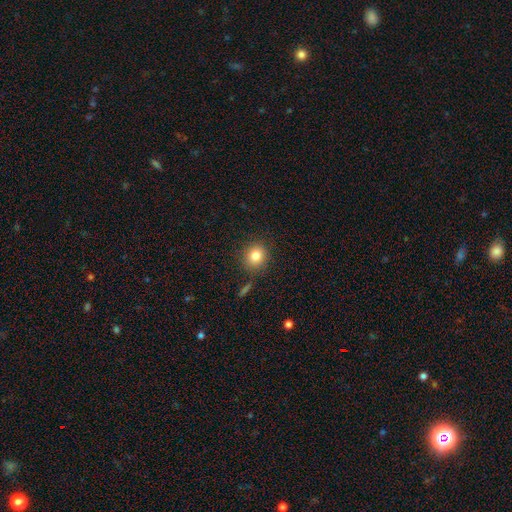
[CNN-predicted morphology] smooth 82%, star or artifact 11%, featured or disk 7%. Down the decision tree: how rounded — round (82%); merging — none (86%).